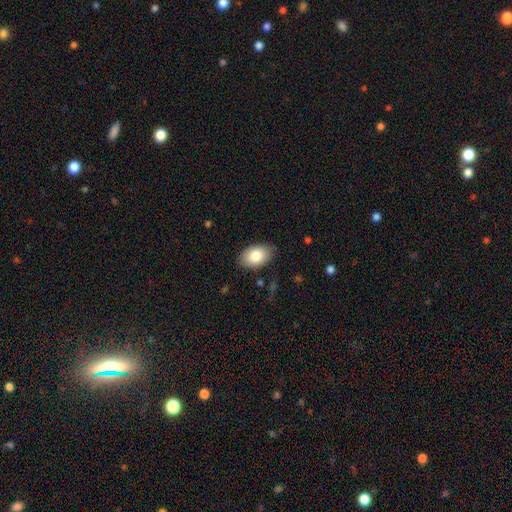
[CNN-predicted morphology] A smooth galaxy with no disk features (83%) that is in between round and cigar-shaped (89%).

Vote fractions:
- Smooth or featured? smooth: 83% / featured or disk: 11% / star or artifact: 7%
- How rounded? in between: 89% / round: 10% / cigar-shaped: 1%
- Merging? none: 83% / minor disturbance: 13% / major disturbance: 3% / merger: 1%